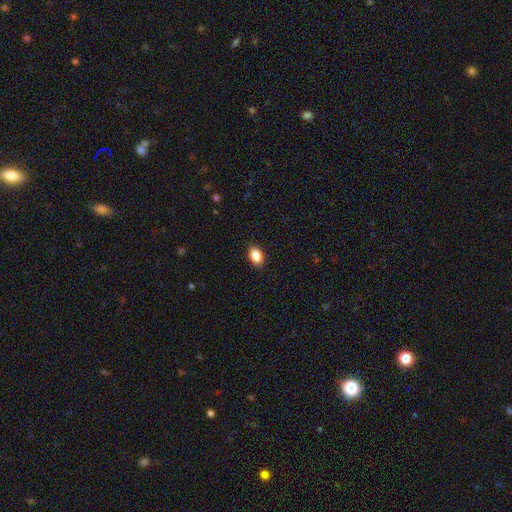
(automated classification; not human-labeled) This is clearly a smooth galaxy (88%). How rounded: clearly in between (87%). Merging: clearly none (89%).